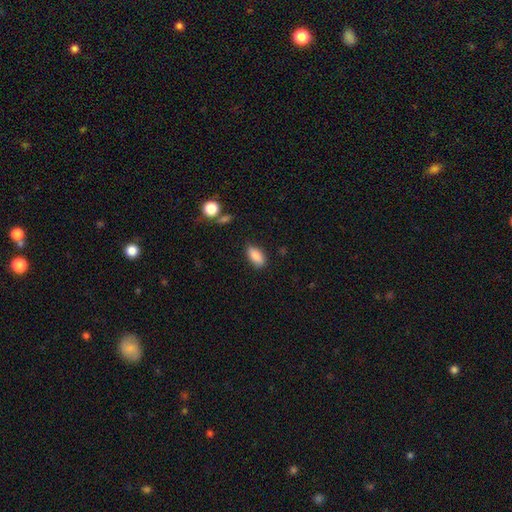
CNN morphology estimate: type=smooth (85%); roundness=in between (89%); merging=none (83%).